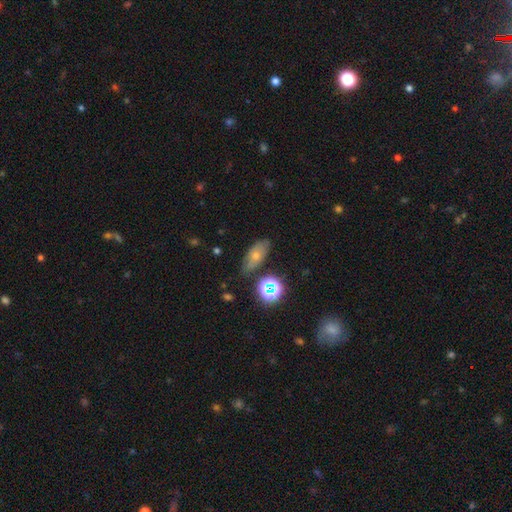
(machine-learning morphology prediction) A smooth galaxy with no disk features (43%).

Vote fractions:
- Smooth or featured? smooth: 43% / featured or disk: 31% / star or artifact: 27%
- Merging? none: 76% / minor disturbance: 16% / major disturbance: 4% / merger: 4%